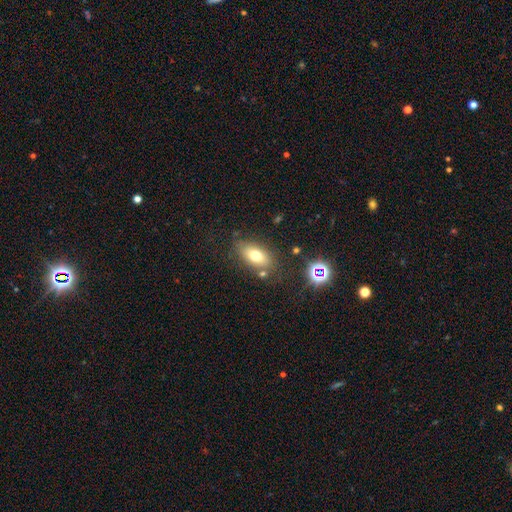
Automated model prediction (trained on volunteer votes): Smooth or featured?
  - smooth: 71% *
  - featured or disk: 17%
  - star or artifact: 12%
How rounded?
  - in between: 84% *
  - round: 9%
  - cigar-shaped: 7%
Merging?
  - none: 75% *
  - minor disturbance: 15%
  - merger: 6%
  - major disturbance: 5%